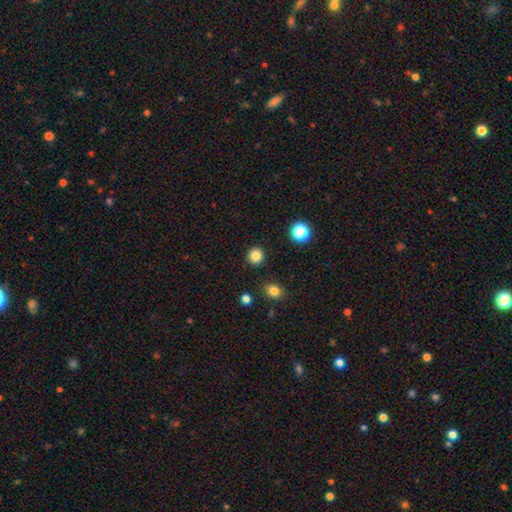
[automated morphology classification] Smooth or featured? smooth (84%)
How rounded? round (91%)
Merging? none (91%)